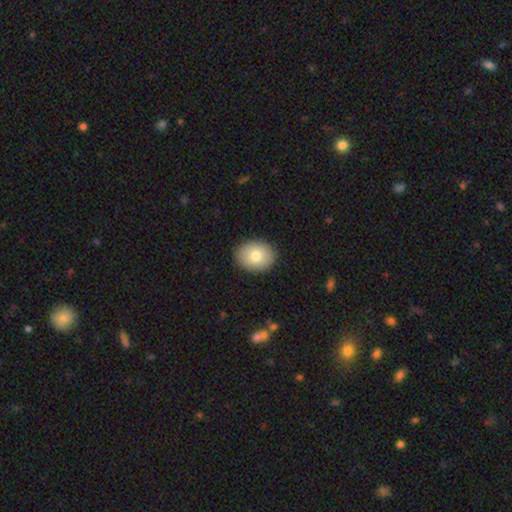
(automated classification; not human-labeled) smooth-or-featured: smooth: 79% | featured or disk: 13% | star or artifact: 8%
  how-rounded: in between: 55% | round: 44% | cigar-shaped: 1%
  merging: none: 90% | minor disturbance: 7% | major disturbance: 2% | merger: 1%